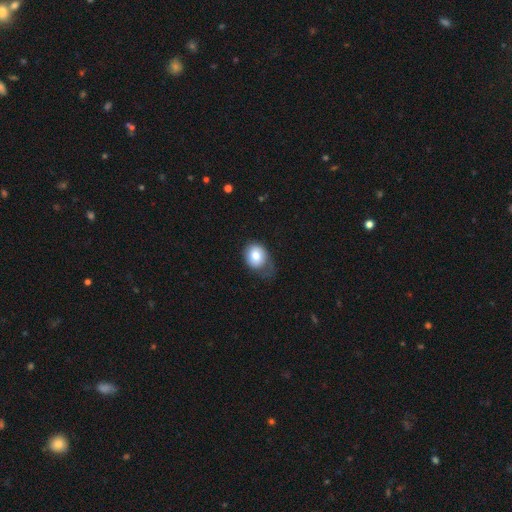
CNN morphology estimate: This is likely a smooth galaxy (78%). How rounded: possibly round (54%). Merging: marginally none (38%).